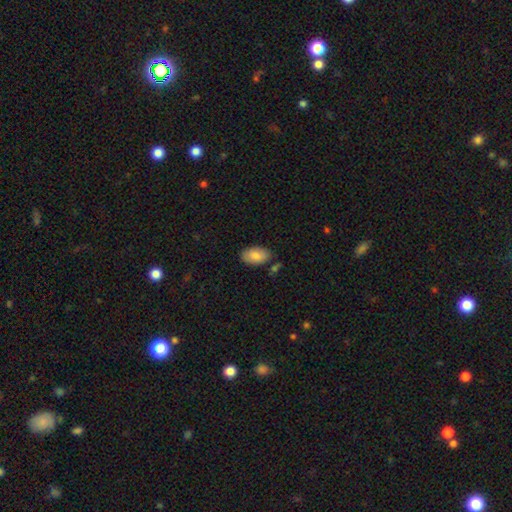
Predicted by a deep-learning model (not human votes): Overall: smooth (85%). How rounded: in between (95%). Merging: none (80%).